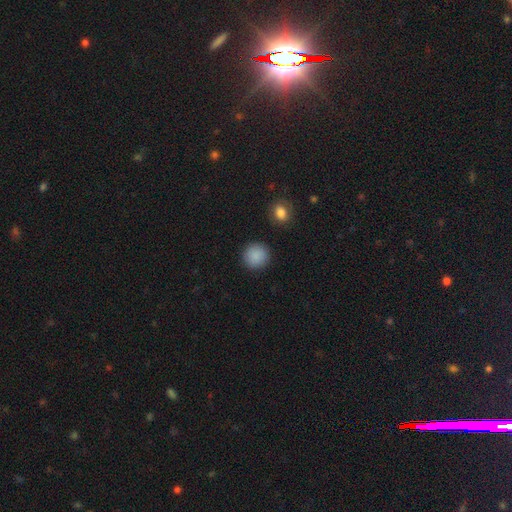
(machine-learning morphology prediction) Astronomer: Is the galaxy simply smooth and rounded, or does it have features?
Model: smooth — 89%.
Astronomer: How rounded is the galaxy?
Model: round — 93%.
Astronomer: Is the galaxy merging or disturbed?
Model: none — 90%.